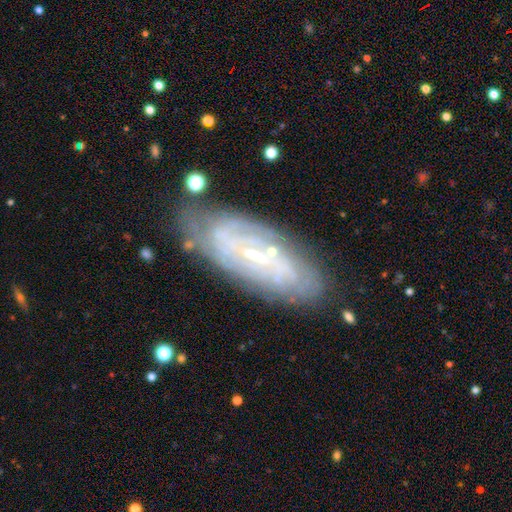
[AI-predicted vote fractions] Smooth or featured? featured or disk (75%)
Edge-on disk? no (87%)
Bar? weak (40%, tied with no)
Spiral arms? yes (81%)
Spiral winding? tight (65%)
Spiral arm count? can't tell (55%)
Bulge size? small (76%)
Merging? none (74%)